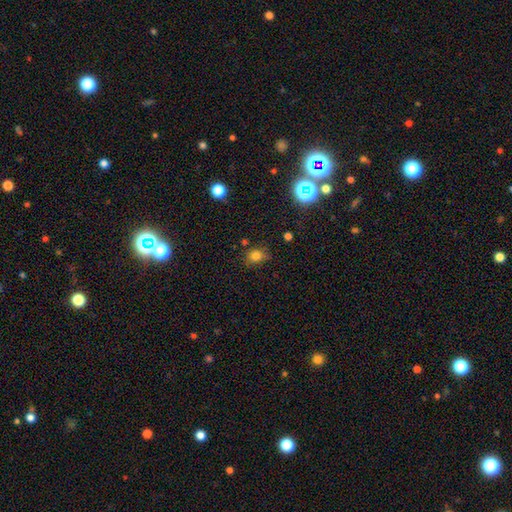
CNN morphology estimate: A smooth galaxy with no disk features (77%) that is round (53%). Merging: none (64%).